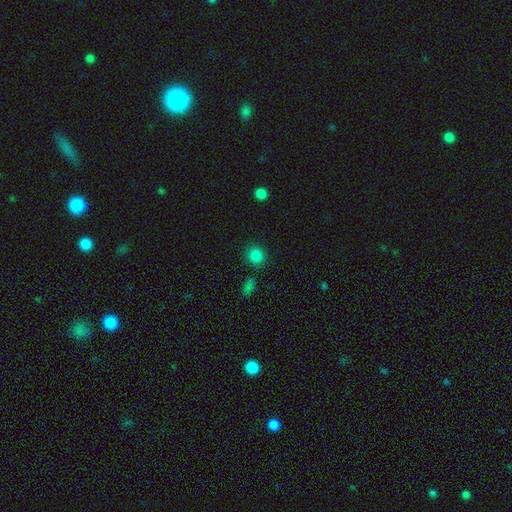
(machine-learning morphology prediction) type=smooth (84%); roundness=round (87%); merging=none (84%).